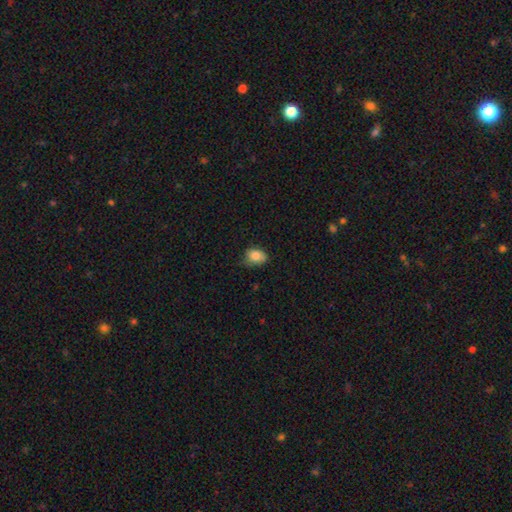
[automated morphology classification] This appears to be a smooth galaxy with no disk features (84%) that is in between round and cigar-shaped (69%). Merging: none (62%).